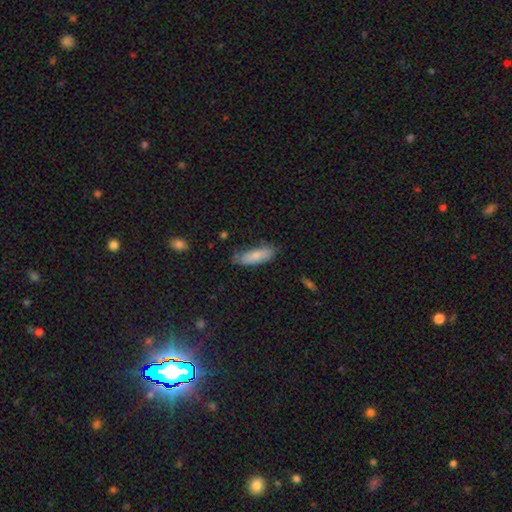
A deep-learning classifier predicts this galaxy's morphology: type=smooth (79%); roundness=in between (57%); merging=none (68%).